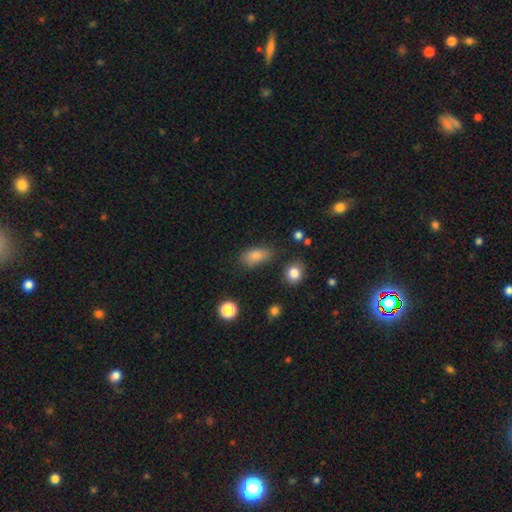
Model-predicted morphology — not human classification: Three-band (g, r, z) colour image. It shows a smooth galaxy with no disk features (83%) that is in between round and cigar-shaped (86%). Merging: none (67%).